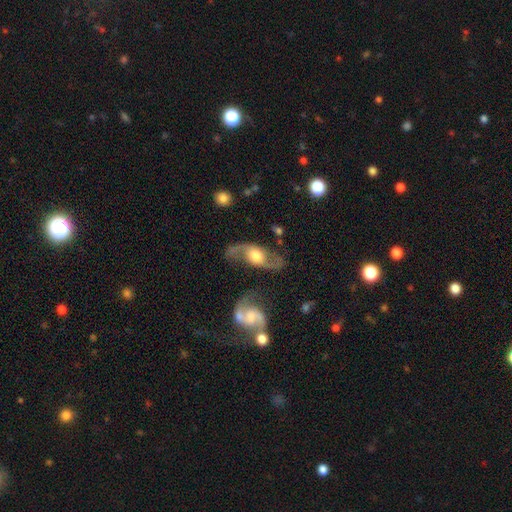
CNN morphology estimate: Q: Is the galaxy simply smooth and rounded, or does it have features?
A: featured or disk — 82%.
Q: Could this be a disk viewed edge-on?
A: no — 90%.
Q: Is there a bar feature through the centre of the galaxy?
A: no — 61%.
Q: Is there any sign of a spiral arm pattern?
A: yes — 91%.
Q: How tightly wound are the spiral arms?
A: loose — 52%.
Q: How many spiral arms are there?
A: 2 — 92%.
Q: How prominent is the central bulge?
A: moderate — 50%.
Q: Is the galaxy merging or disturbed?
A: none — 68%.